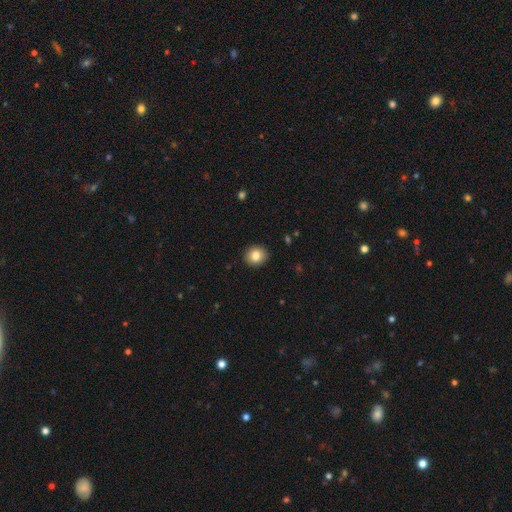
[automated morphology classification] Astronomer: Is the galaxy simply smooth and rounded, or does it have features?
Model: smooth — 83%.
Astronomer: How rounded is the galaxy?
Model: round — 76%.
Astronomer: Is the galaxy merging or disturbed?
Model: none — 91%.